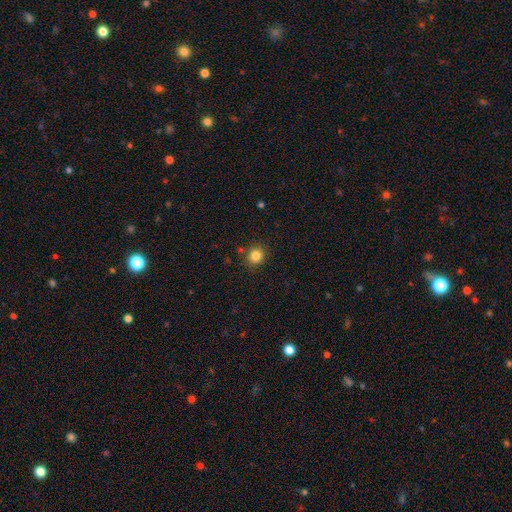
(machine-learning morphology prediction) type=smooth (84%); roundness=round (88%); merging=none (85%).